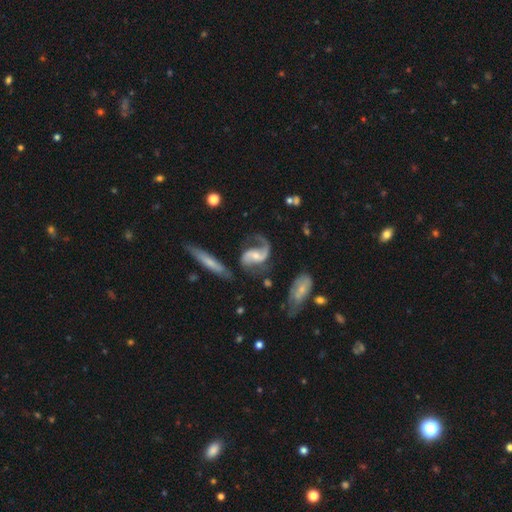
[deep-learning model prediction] Smooth or featured? featured or disk (88%)
Edge-on disk? no (96%)
Bar? no (42%)
Spiral arms? yes (97%)
Spiral winding? loose (52%)
Spiral arm count? 2 (84%)
Bulge size? small (51%)
Merging? none (56%)